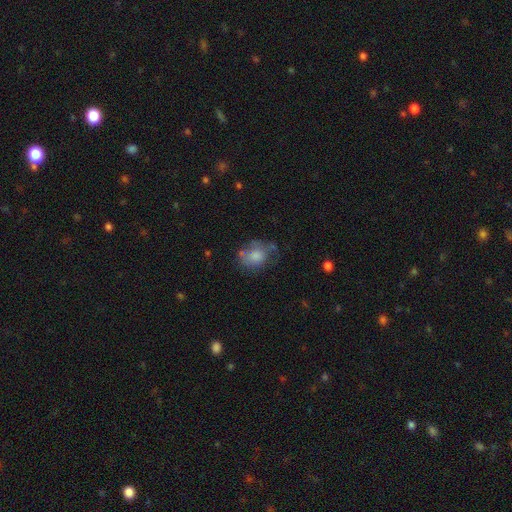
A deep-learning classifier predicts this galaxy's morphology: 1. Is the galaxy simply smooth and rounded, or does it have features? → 67% smooth, 24% featured or disk, 9% star or artifact.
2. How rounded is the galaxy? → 50% in between, 49% round, 1% cigar-shaped.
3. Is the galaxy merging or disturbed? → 44% none, 29% minor disturbance, 20% major disturbance, 6% merger.